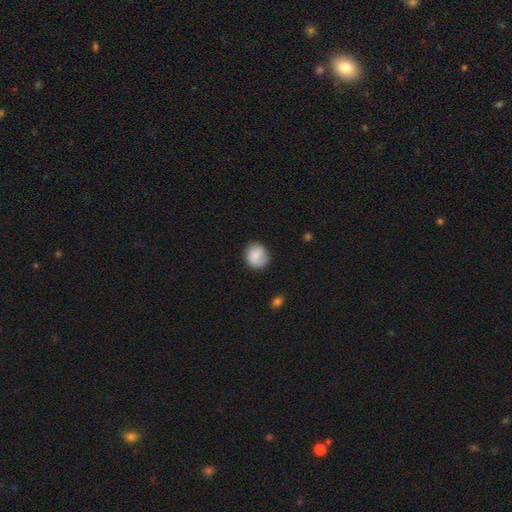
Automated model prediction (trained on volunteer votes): A smooth galaxy with no disk features (83%) that is round (83%). Merging: none (79%).